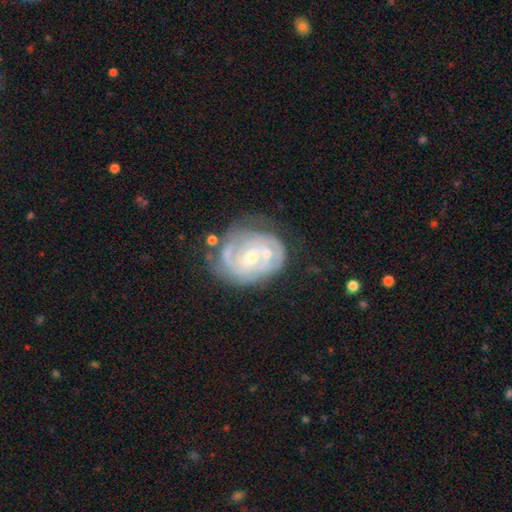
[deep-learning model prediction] smooth-or-featured: featured or disk: 80% | smooth: 13% | star or artifact: 7%
  disk-edge-on: no: 98% | yes: 2%
    bar: no: 66% | weak: 28% | strong: 7%
    has-spiral-arms: yes: 86% | no: 14%
      spiral-winding: tight: 67% | medium: 26% | loose: 8%
      spiral-arm-count: can't tell: 36% | 2: 35% | 3: 15% | 1: 5% | 4: 5% | more than 4: 4%
    bulge-size: small: 51% | moderate: 45% | large: 2% | none: 2% | dominant: 1%
  merging: none: 56% | minor disturbance: 23% | major disturbance: 12% | merger: 8%